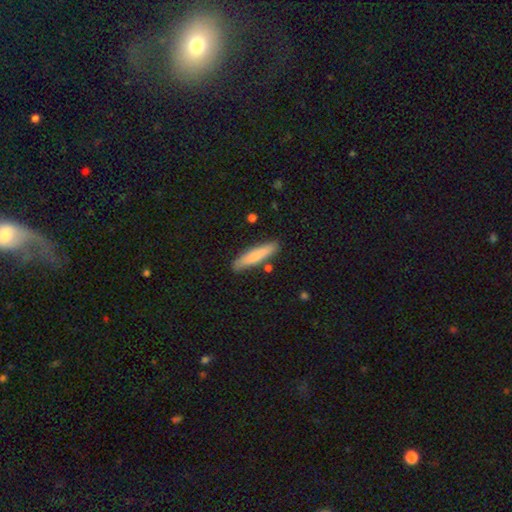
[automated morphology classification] smooth-or-featured: smooth: 76% | featured or disk: 18% | star or artifact: 6%
  how-rounded: cigar-shaped: 84% | in between: 14% | round: 1%
  merging: none: 83% | minor disturbance: 11% | merger: 4% | major disturbance: 2%